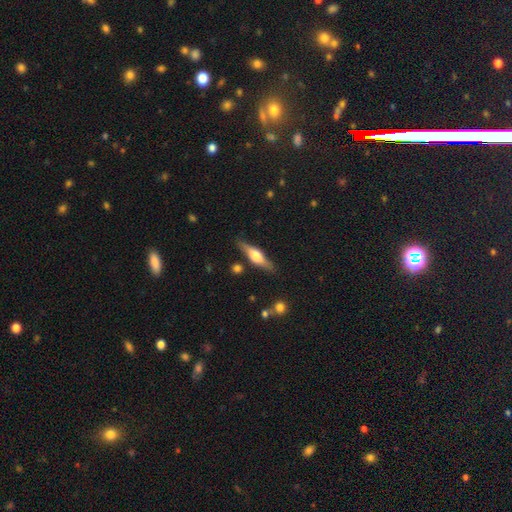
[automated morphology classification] type=featured or disk (58%); edge-on=yes (94%); edge-on bulge=rounded (88%); merging=none (83%).